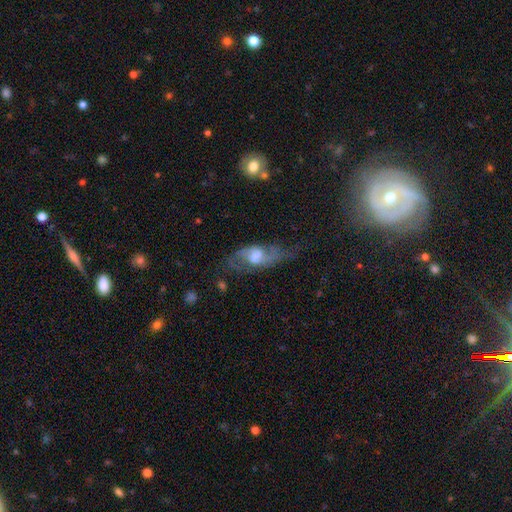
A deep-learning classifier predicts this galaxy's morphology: featured or disk 70%, smooth 22%, star or artifact 8%. Down the decision tree: edge-on disk — no (85%); bar — weak (47%); spiral arms — yes (84%); bulge size — moderate (40%); merging — none (54%).